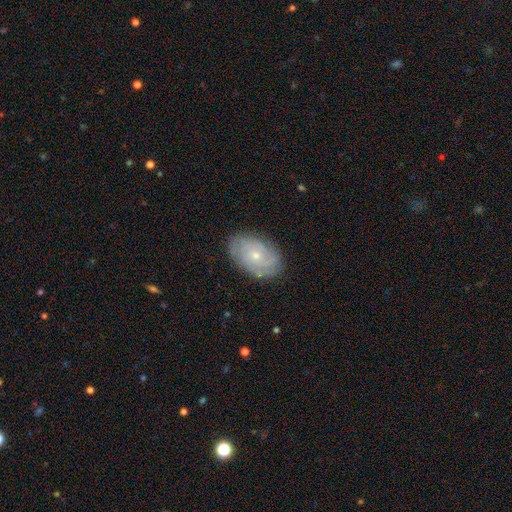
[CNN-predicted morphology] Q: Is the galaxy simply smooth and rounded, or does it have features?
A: featured or disk — 67%.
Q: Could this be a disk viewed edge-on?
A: no — 96%.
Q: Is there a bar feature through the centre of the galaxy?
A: no — 82%.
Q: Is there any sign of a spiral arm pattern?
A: yes — 86%.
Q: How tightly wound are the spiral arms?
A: tight — 67%.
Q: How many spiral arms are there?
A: can't tell — 46%.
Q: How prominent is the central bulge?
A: small — 68%.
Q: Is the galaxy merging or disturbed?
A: none — 80%.